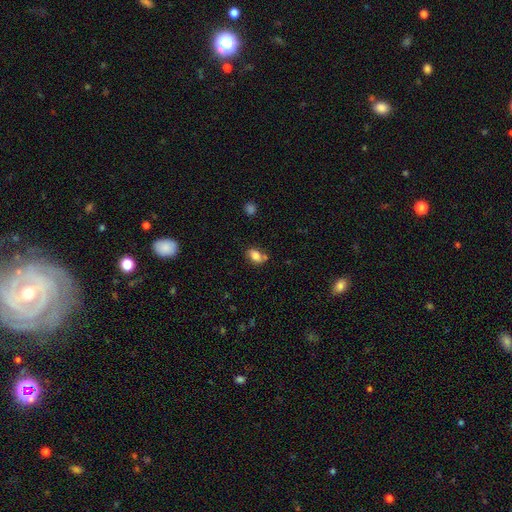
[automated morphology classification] Smooth or featured: smooth — 81% (star or artifact — 10%)
How rounded: in between — 82% (round — 15%)
Merging: none — 61% (merger — 17%)